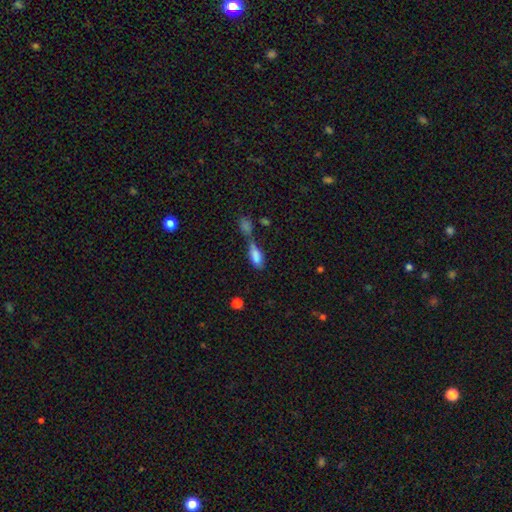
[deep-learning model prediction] This appears to be a smooth galaxy with no disk features (80%) that is in between round and cigar-shaped (81%). Merging: merger (56%).